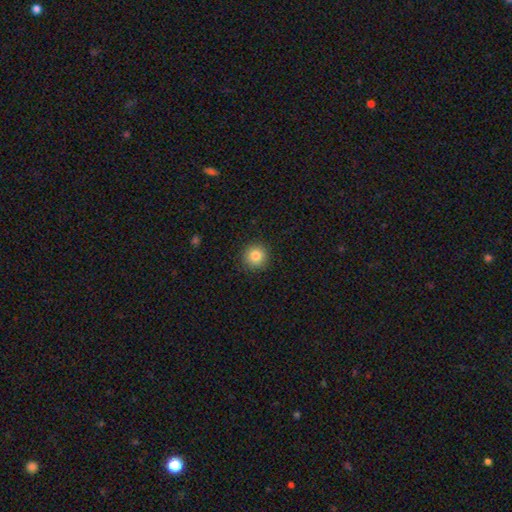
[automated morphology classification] smooth 83%, star or artifact 11%, featured or disk 7%. Down the decision tree: how rounded — round (95%); merging — none (92%).